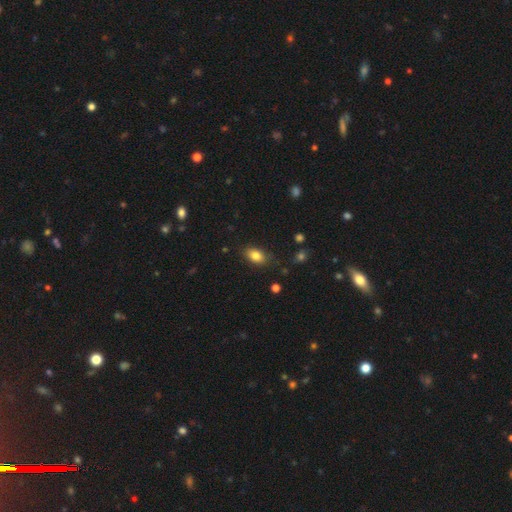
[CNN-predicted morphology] A smooth galaxy with no disk features (83%) that is in between round and cigar-shaped (85%). Merging: none (80%).